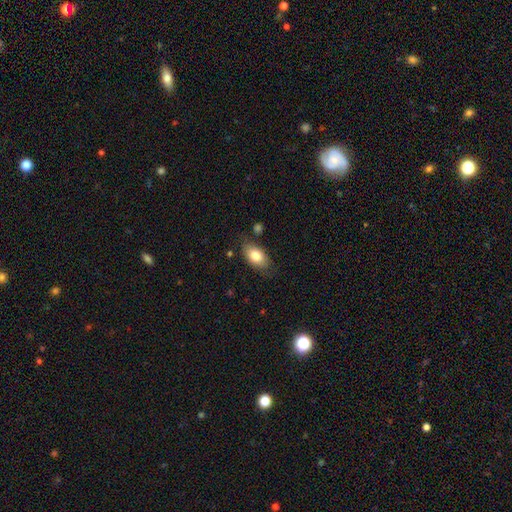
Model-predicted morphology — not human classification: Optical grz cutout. It shows a smooth galaxy with no disk features (81%) that is in between round and cigar-shaped (91%). Merging: none (76%).